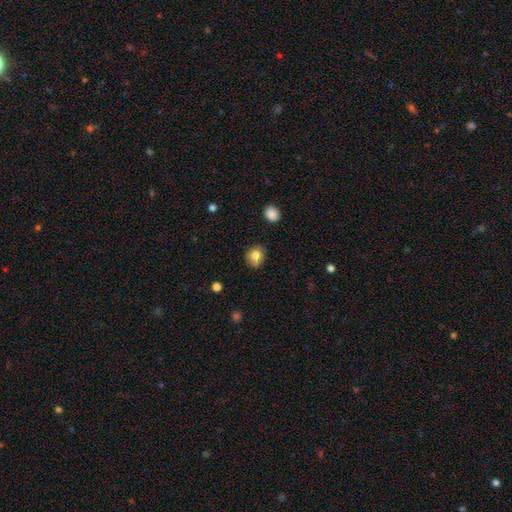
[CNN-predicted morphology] The model was most divided on "how rounded": round: 74%, in between: 25%, cigar-shaped: 1%. More confident: smooth or featured — smooth (79%); merging — none (79%).